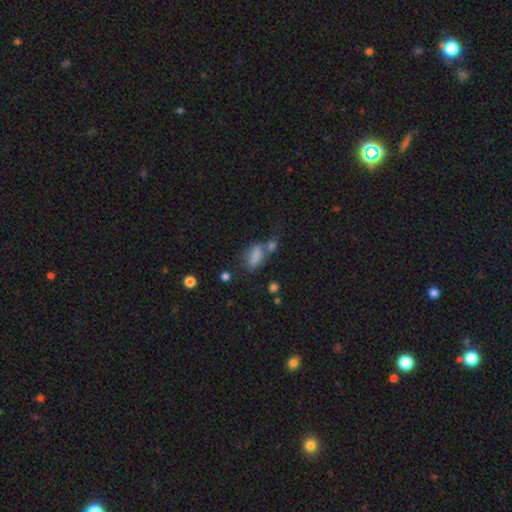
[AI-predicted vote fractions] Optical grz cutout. It shows a smooth galaxy with no disk features (74%) that is in between round and cigar-shaped (80%). Merging: merger (38%).